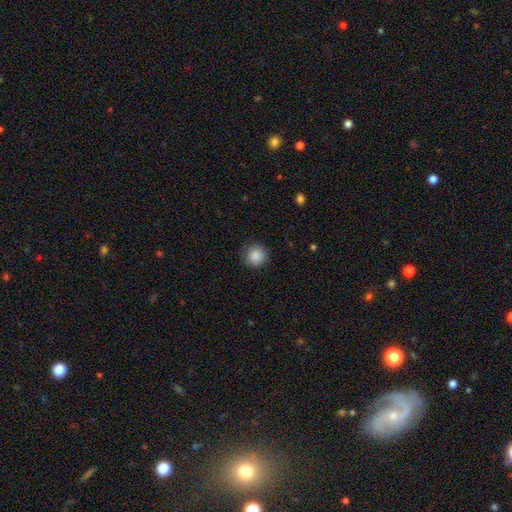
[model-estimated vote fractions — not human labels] smooth 88%, star or artifact 8%, featured or disk 4%. Down the decision tree: how rounded — round (94%); merging — none (87%).